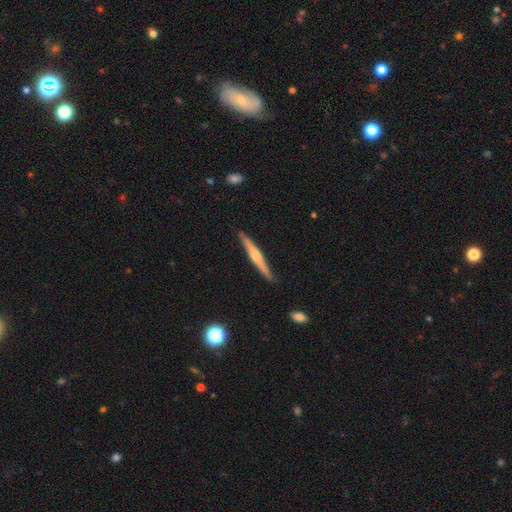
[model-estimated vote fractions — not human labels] Smooth or featured?
  - featured or disk: 63% *
  - smooth: 31%
  - star or artifact: 6%
Edge-on disk?
  - yes: 98% *
  - no: 2%
Edge-on bulge?
  - rounded: 68% *
  - none: 16%
  - boxy: 16%
Merging?
  - none: 89% *
  - minor disturbance: 8%
  - major disturbance: 2%
  - merger: 1%